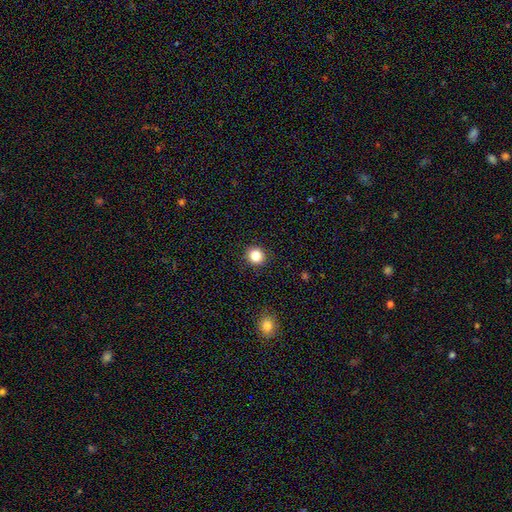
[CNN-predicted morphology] This is clearly a smooth galaxy (83%). How rounded: clearly round (91%). Merging: clearly none (92%).